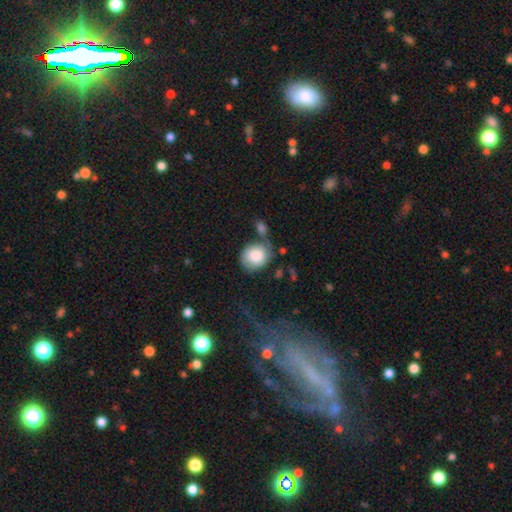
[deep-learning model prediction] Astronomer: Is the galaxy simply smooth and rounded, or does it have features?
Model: smooth — 77%.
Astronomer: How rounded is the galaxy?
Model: round — 69%.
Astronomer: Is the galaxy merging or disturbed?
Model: none — 41% (runner-up: minor disturbance, 22%).